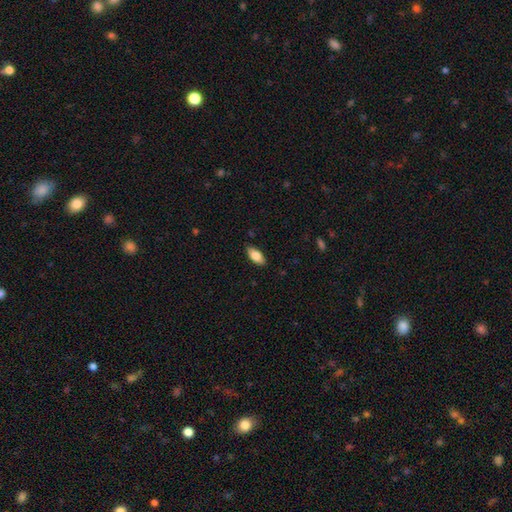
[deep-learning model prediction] Morphology: type=smooth (80%); roundness=in between (87%); merging=none (87%).